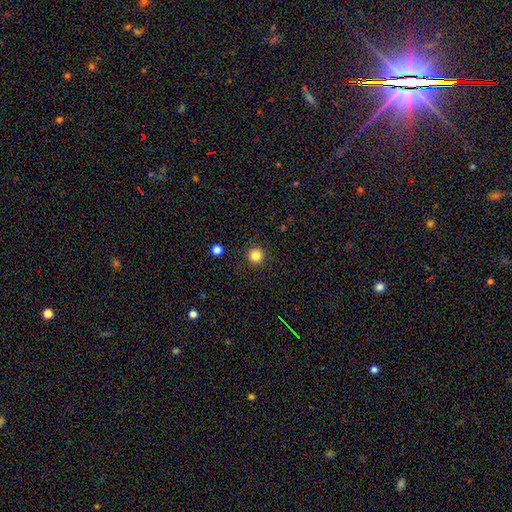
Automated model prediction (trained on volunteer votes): A smooth galaxy with no disk features (84%) that is round (96%). Merging: none (91%).